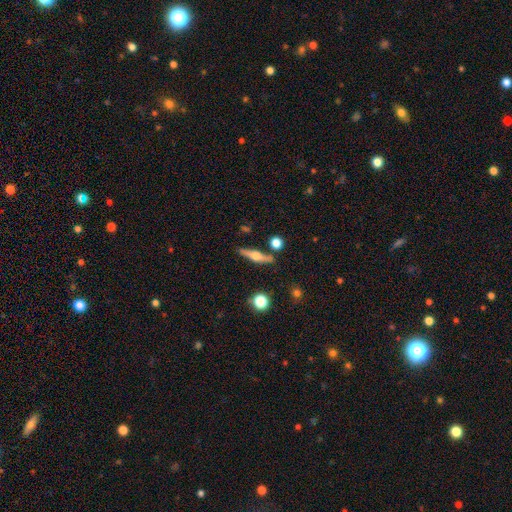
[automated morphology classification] A featured or disk galaxy (63%) viewed edge-on (95%) with a rounded central bulge (92%). Merging: none (82%).